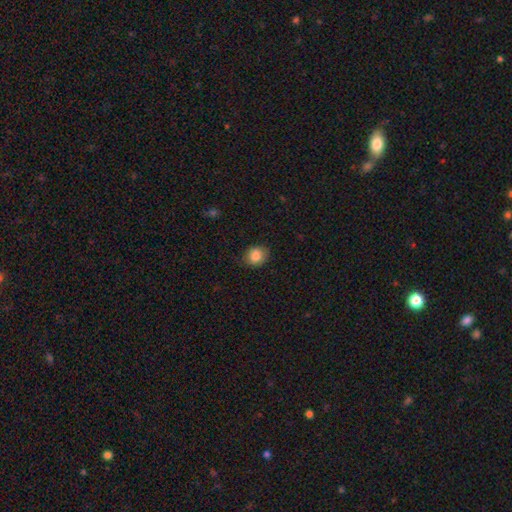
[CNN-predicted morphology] This appears to be a smooth galaxy with no disk features (86%) that is round (66%). Merging: none (80%).